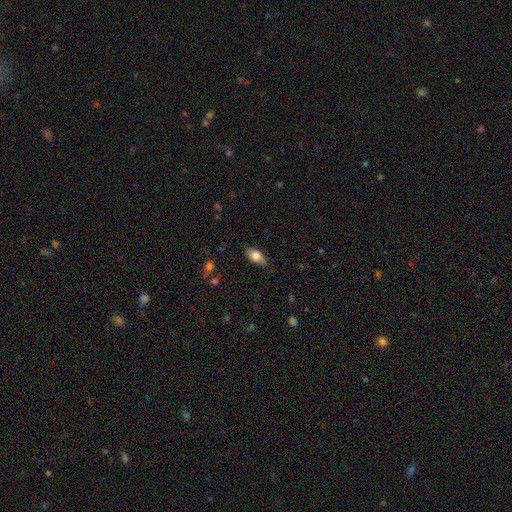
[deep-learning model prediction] smooth_or_featured: smooth (p=0.76) [alt: featured or disk p=0.17]
how_rounded: in between (p=0.87) [alt: cigar-shaped p=0.09]
merging: none (p=0.80) [alt: minor disturbance p=0.16]